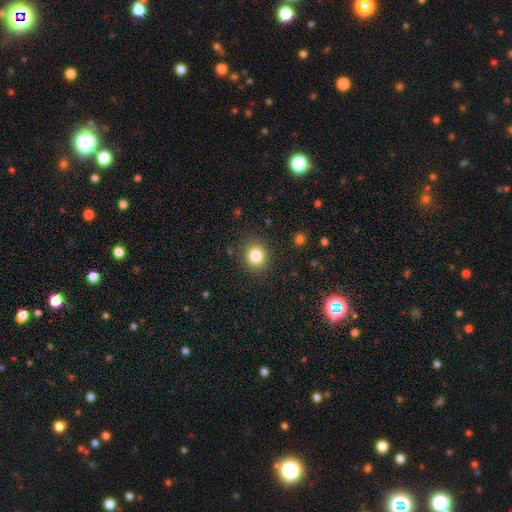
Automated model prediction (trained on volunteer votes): Smooth or featured? smooth (83%)
How rounded? round (77%)
Merging? none (88%)